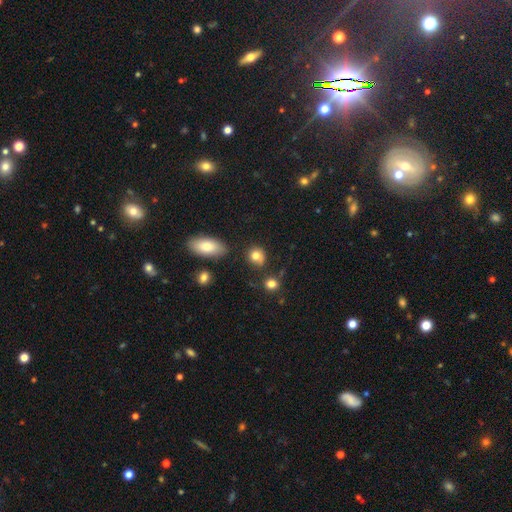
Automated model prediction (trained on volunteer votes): Overall: smooth (81%). How rounded: round (69%; in between 30%). Merging: none (69%).